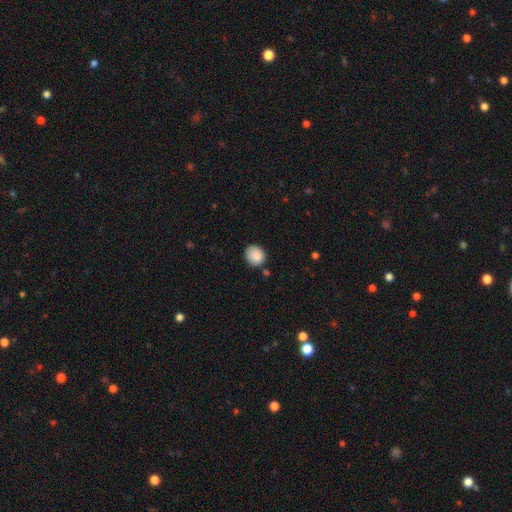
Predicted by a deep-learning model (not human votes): The model was most divided on "merging": none: 74%, minor disturbance: 18%, merger: 4%, major disturbance: 4%. More confident: smooth or featured — smooth (86%); how rounded — round (80%).